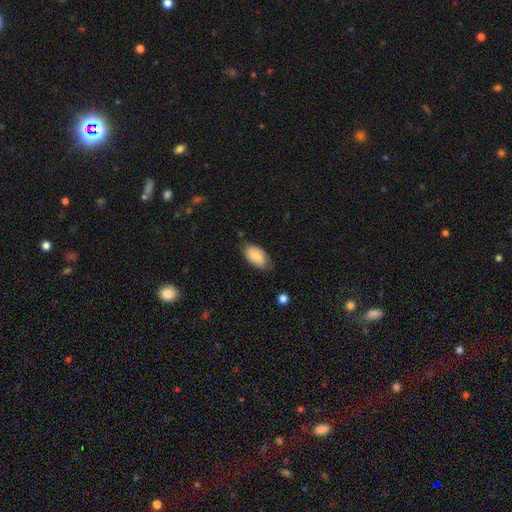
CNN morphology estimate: Smooth or featured? smooth (82%)
How rounded? in between (94%)
Merging? none (70%)